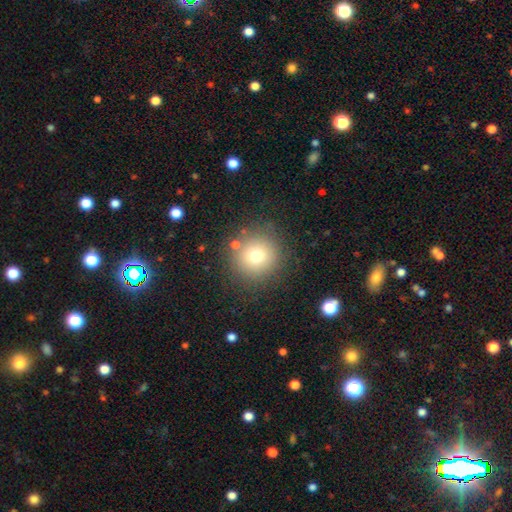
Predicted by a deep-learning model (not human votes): This appears to be a smooth galaxy with no disk features (73%) that is round (93%). Merging: none (83%).